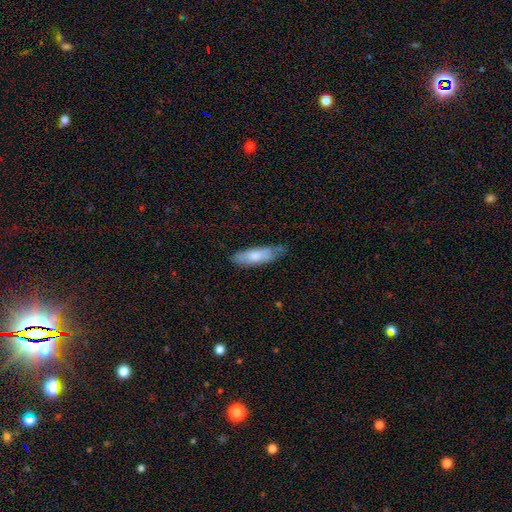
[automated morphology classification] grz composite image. It shows a smooth galaxy with no disk features (75%) that is in between round and cigar-shaped (51%). Merging: none (65%).